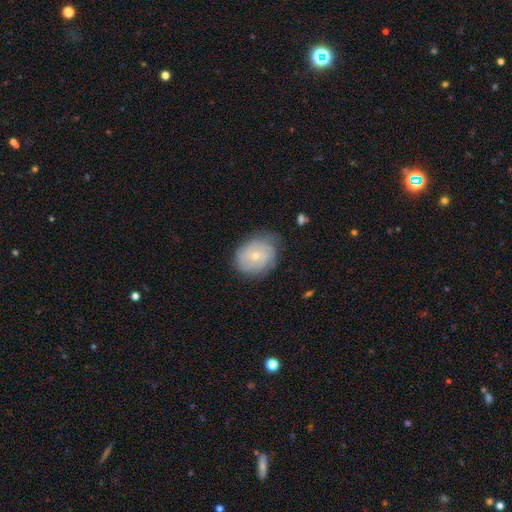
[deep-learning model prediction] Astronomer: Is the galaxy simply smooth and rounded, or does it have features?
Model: featured or disk — 57% (runner-up: smooth, 35%).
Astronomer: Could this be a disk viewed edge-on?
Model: no — 97%.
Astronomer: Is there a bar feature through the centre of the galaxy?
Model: no — 78%.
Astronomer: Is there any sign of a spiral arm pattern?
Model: yes — 81%.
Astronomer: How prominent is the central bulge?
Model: small — 66%.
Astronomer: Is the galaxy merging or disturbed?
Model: none — 66%.